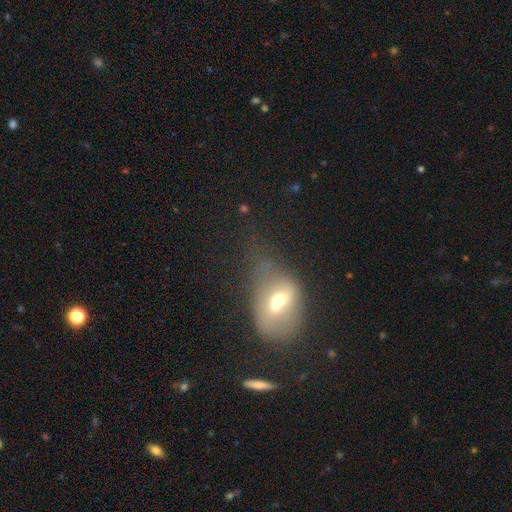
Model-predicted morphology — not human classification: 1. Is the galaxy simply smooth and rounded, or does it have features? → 46% smooth, 37% featured or disk, 17% star or artifact.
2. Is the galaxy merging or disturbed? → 35% major disturbance, 29% none, 26% minor disturbance, 10% merger.